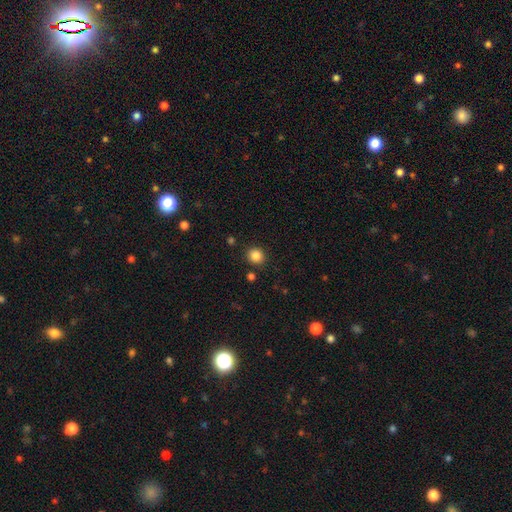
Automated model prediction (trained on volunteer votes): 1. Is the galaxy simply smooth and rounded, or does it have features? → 85% smooth, 11% star or artifact, 4% featured or disk.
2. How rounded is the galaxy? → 87% round, 13% in between, 1% cigar-shaped.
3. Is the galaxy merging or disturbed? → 89% none, 6% minor disturbance, 2% merger, 2% major disturbance.